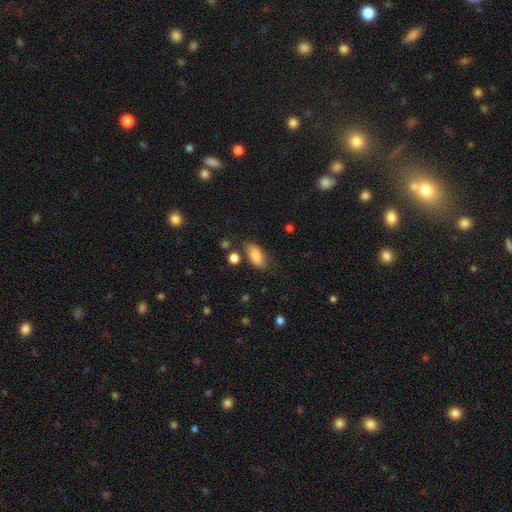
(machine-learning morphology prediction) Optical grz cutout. It shows a smooth galaxy with no disk features (84%) that is in between round and cigar-shaped (91%). Merging: none (76%).